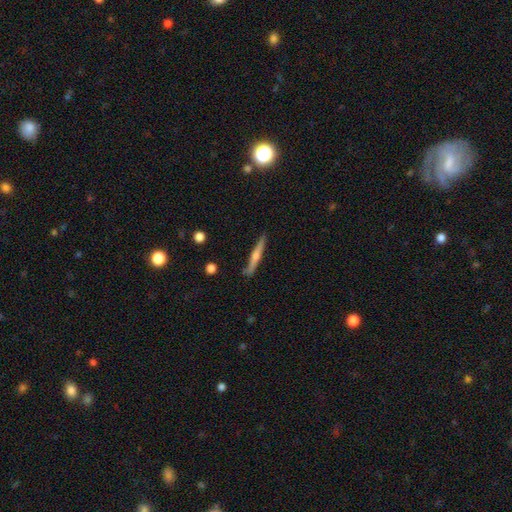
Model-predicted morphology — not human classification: Smooth or featured? featured or disk (66%)
Edge-on disk? yes (97%)
Edge-on bulge? rounded (83%)
Merging? none (89%)